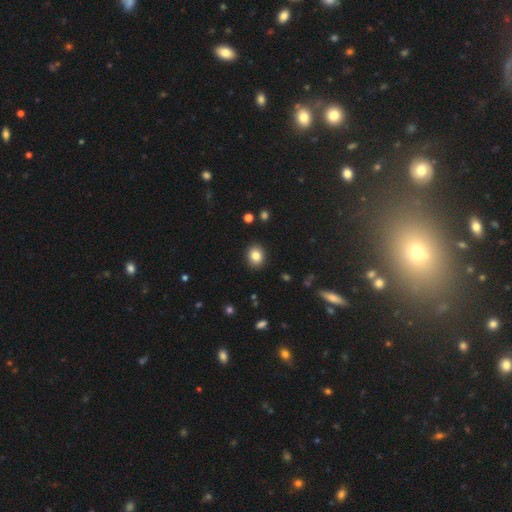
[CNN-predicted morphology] Smooth or featured? smooth (84%)
How rounded? round (59%)
Merging? none (90%)